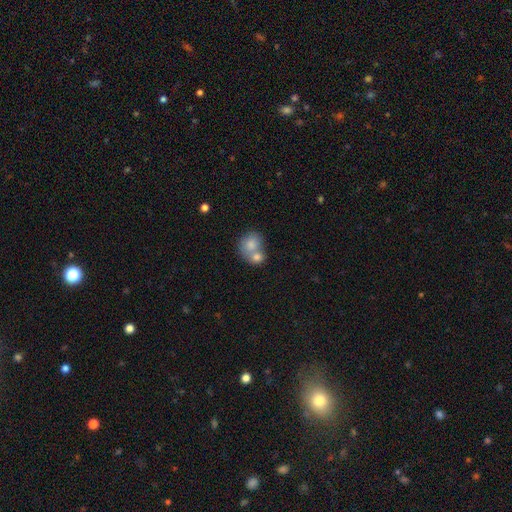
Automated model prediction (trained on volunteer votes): A smooth galaxy with no disk features (76%) that is round (71%). Merging: merger (60%).